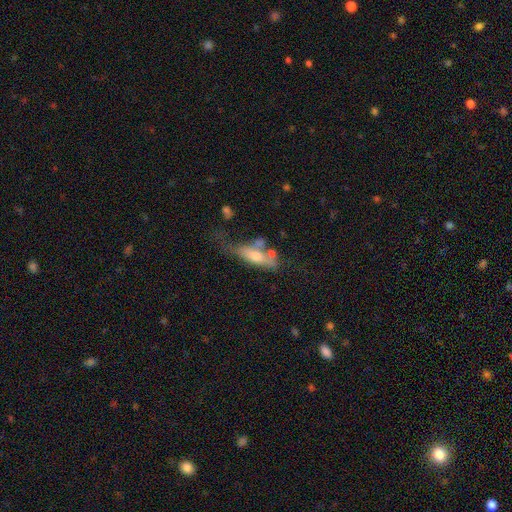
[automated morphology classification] type=smooth (53%); roundness=cigar-shaped (49%); merging=none (33%).